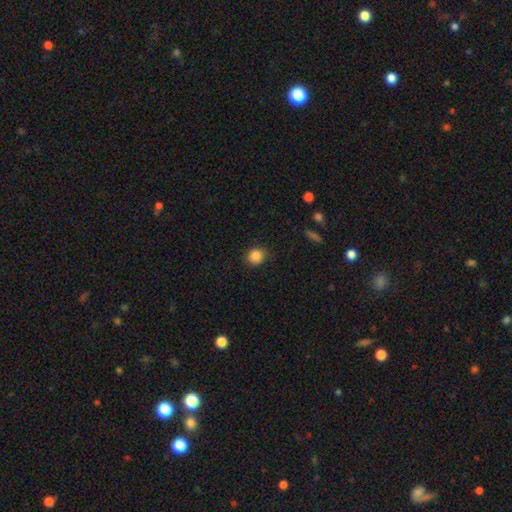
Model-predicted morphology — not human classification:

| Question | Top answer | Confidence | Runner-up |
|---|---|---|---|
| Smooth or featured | smooth | 86% | star or artifact (10%) |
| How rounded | round | 83% | in between (16%) |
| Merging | none | 84% | minor disturbance (13%) |